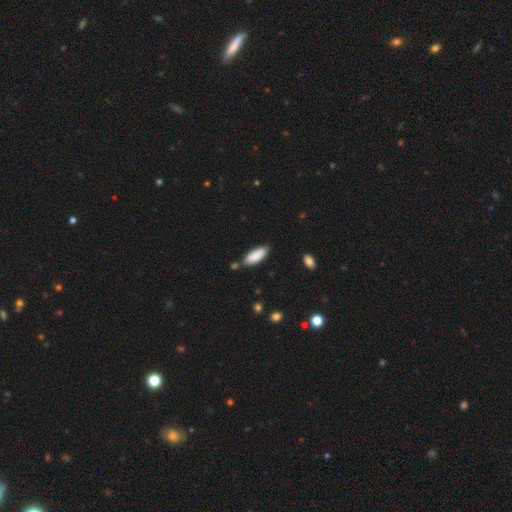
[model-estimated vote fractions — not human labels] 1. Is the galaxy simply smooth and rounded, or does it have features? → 88% smooth, 6% featured or disk, 6% star or artifact.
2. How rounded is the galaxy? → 71% in between, 28% cigar-shaped, 1% round.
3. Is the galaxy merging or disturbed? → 77% none, 15% minor disturbance, 5% merger, 3% major disturbance.